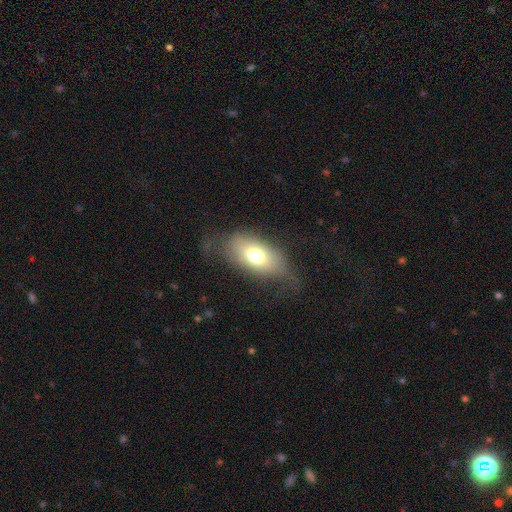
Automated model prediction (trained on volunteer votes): smooth 69%, featured or disk 22%, star or artifact 9%. Down the decision tree: how rounded — in between (89%); merging — none (55%).